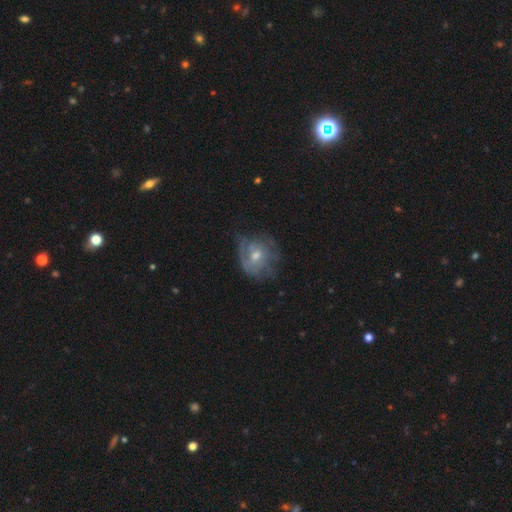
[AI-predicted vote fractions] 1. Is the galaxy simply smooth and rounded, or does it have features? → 59% featured or disk, 30% smooth, 11% star or artifact.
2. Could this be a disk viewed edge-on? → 96% no, 4% yes.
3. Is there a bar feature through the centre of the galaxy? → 68% no, 27% weak, 5% strong.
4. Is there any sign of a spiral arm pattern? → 64% yes, 36% no.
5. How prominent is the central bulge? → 56% moderate, 38% small, 3% large, 2% none, 1% dominant.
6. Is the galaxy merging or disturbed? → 54% none, 26% minor disturbance, 18% major disturbance, 2% merger.